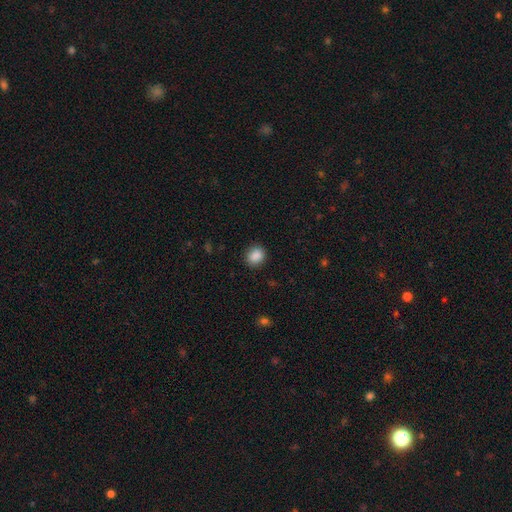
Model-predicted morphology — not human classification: Smooth or featured?
  - smooth: 89% *
  - star or artifact: 9%
  - featured or disk: 3%
How rounded?
  - round: 72% *
  - in between: 27%
  - cigar-shaped: 1%
Merging?
  - none: 89% *
  - minor disturbance: 8%
  - major disturbance: 2%
  - merger: 1%